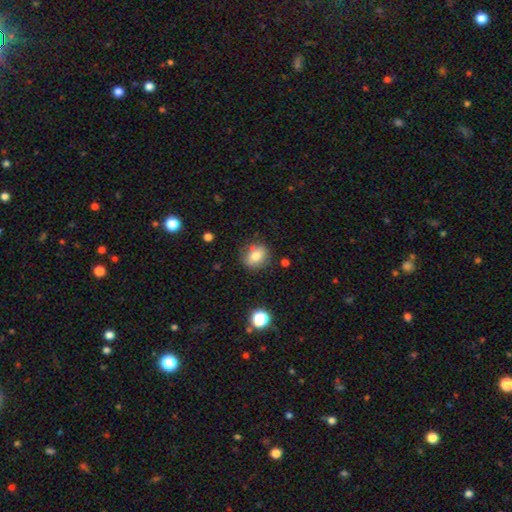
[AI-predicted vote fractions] The model was most divided on "how rounded": round: 67%, in between: 32%, cigar-shaped: 1%. More confident: merging — none (77%); smooth or featured — smooth (74%).